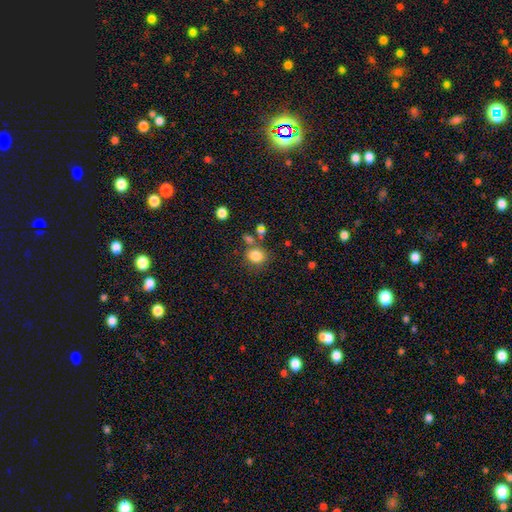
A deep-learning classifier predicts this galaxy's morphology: A smooth galaxy with no disk features (82%) that is round (73%). Merging: none (70%).